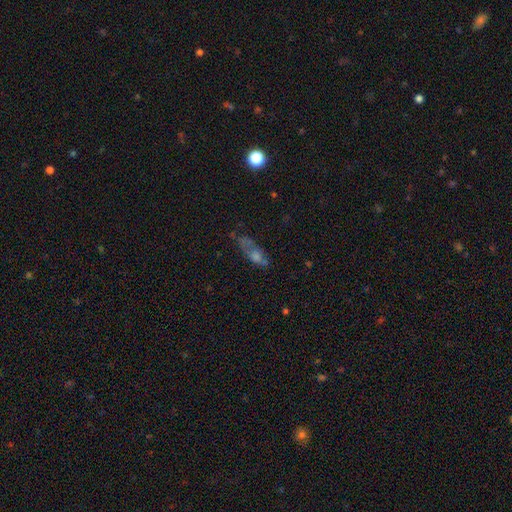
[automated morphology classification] This appears to be a featured or disk galaxy (42%). Merging: none (48%).